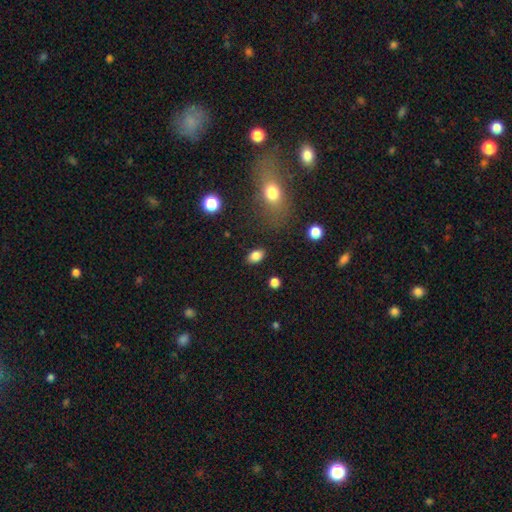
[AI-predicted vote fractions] smooth-or-featured: smooth: 84% | star or artifact: 9% | featured or disk: 6%
  how-rounded: in between: 85% | round: 13% | cigar-shaped: 2%
  merging: none: 86% | minor disturbance: 9% | major disturbance: 3% | merger: 2%